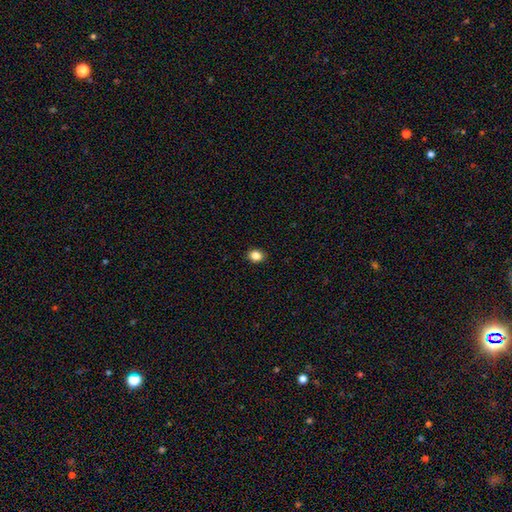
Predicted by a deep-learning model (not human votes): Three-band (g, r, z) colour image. It shows a smooth galaxy with no disk features (85%) that is round (54%). Merging: none (91%).